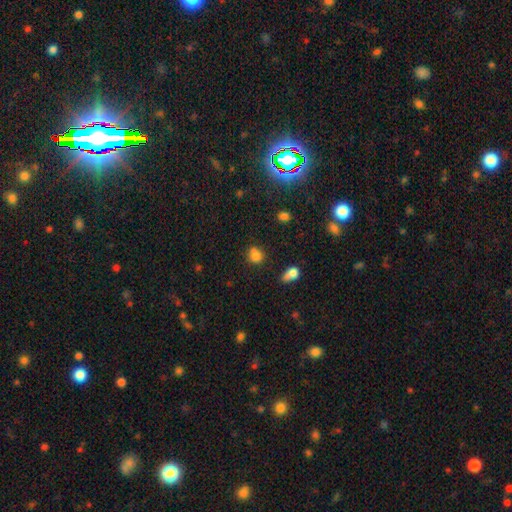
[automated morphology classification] Smooth or featured: smooth — 77% (star or artifact — 13%)
How rounded: round — 75% (in between — 24%)
Merging: none — 49% (merger — 28%)